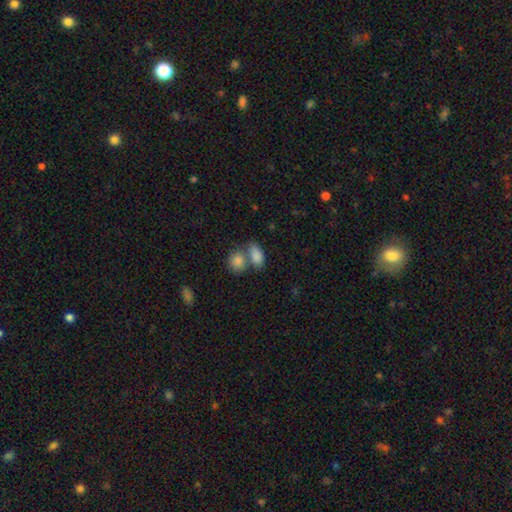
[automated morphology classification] A smooth galaxy with no disk features (86%) that is in between round and cigar-shaped (87%).

Vote fractions:
- Smooth or featured? smooth: 86% / star or artifact: 8% / featured or disk: 7%
- How rounded? in between: 87% / round: 10% / cigar-shaped: 3%
- Merging? merger: 48% / none: 39% / minor disturbance: 9% / major disturbance: 4%